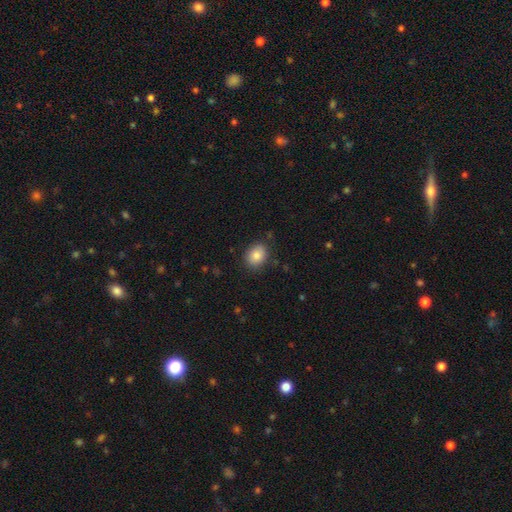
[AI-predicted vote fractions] smooth_or_featured: smooth (p=0.84) [alt: star or artifact p=0.08]
how_rounded: in between (p=0.51) [alt: round p=0.48]
merging: none (p=0.84) [alt: minor disturbance p=0.12]